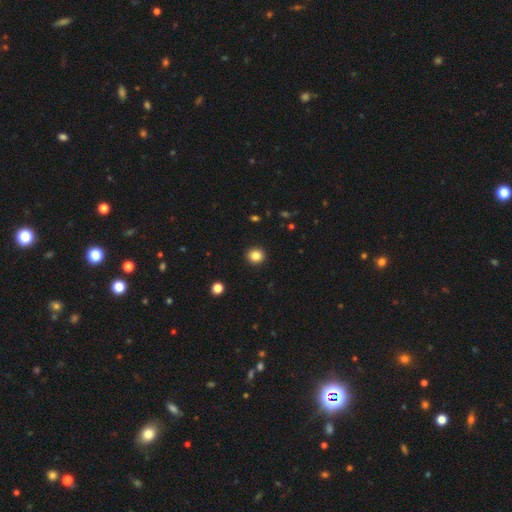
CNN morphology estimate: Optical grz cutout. It shows a smooth galaxy with no disk features (84%) that is round (90%). Merging: none (93%).